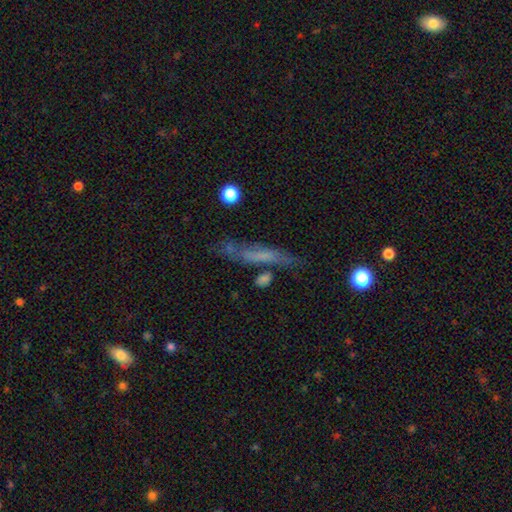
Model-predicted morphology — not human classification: Smooth or featured? Predicted: smooth (p=0.48). Merging? Predicted: none (p=0.64).